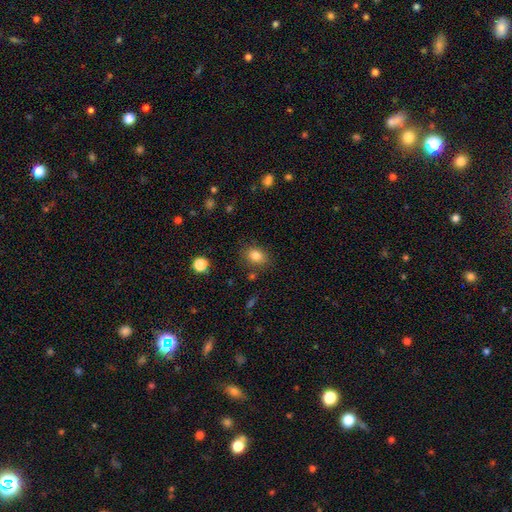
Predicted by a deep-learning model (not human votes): smooth 82%, star or artifact 11%, featured or disk 7%. Down the decision tree: how rounded — in between (57%); merging — none (79%).